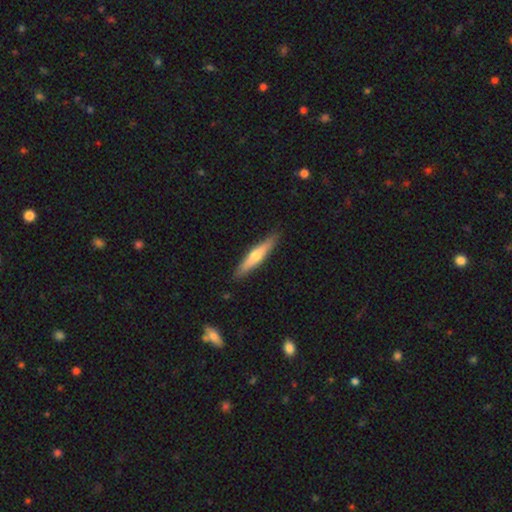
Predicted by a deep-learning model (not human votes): The model was most divided on "smooth or featured": smooth: 49%, featured or disk: 46%, star or artifact: 5%. More confident: merging — none (89%).